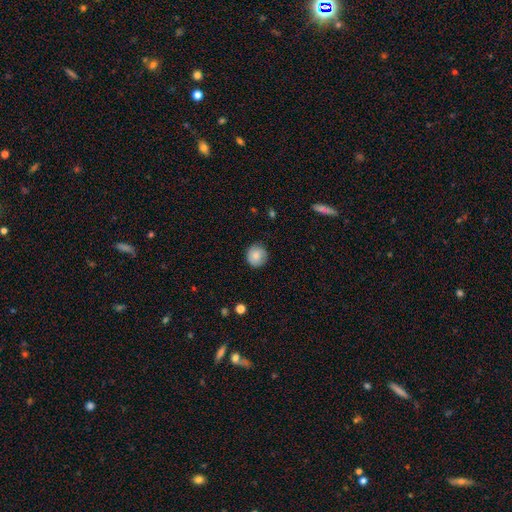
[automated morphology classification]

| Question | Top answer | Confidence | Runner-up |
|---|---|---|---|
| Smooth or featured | smooth | 79% | featured or disk (13%) |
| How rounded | round | 91% | in between (8%) |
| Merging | none | 82% | minor disturbance (14%) |